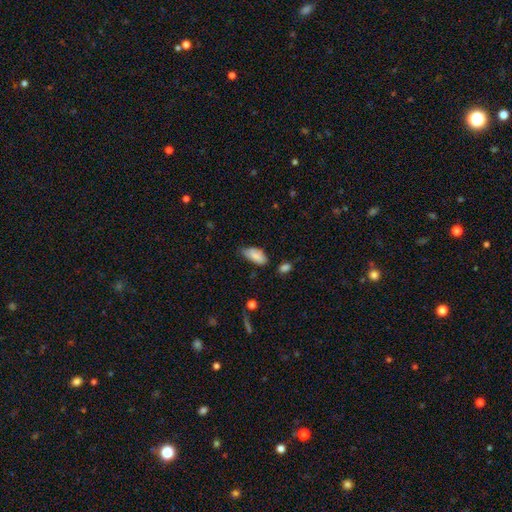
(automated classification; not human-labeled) Overall: smooth (84%). How rounded: in between (89%). Merging: none (54%; minor disturbance 36%).